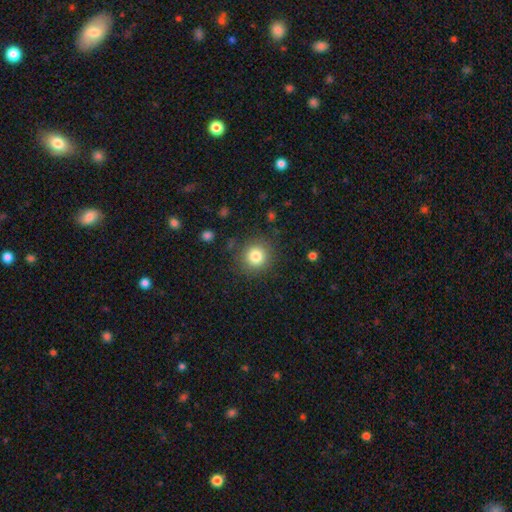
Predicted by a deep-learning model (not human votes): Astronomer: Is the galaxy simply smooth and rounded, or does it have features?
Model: smooth — 82%.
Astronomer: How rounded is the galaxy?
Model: round — 92%.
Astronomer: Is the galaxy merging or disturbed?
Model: none — 87%.